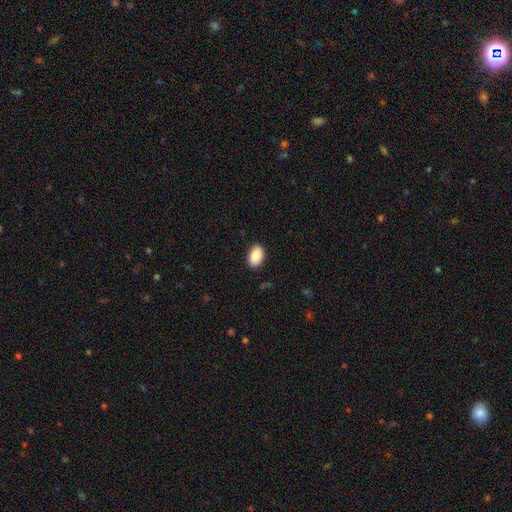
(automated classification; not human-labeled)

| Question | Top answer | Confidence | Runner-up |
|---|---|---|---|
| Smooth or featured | smooth | 90% | star or artifact (7%) |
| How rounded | in between | 91% | round (8%) |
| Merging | none | 88% | minor disturbance (9%) |